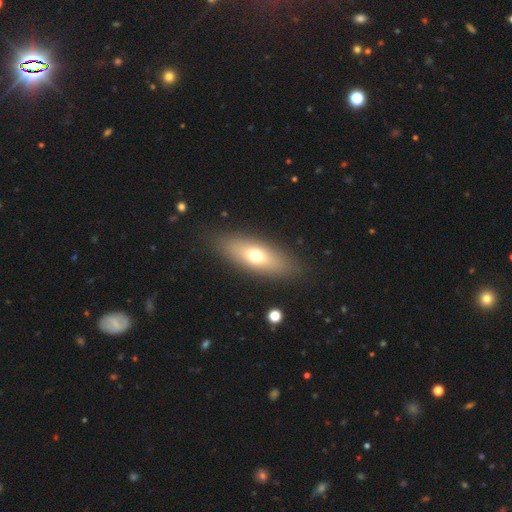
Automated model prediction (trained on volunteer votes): Smooth or featured: smooth — 65% (featured or disk — 26%)
How rounded: in between — 67% (cigar-shaped — 28%)
Merging: none — 86% (minor disturbance — 9%)